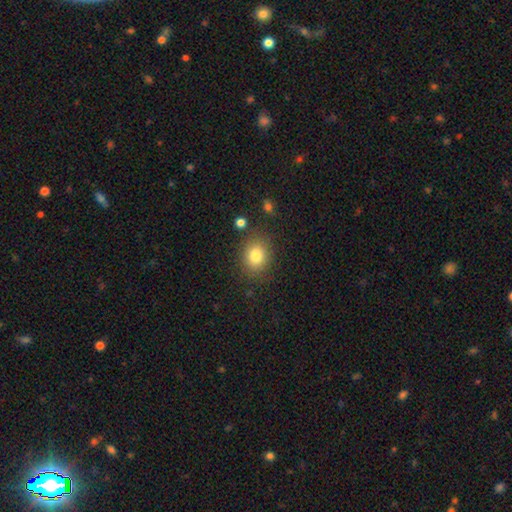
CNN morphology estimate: A smooth galaxy with no disk features (81%) that is round (56%).

Vote fractions:
- Smooth or featured? smooth: 81% / star or artifact: 11% / featured or disk: 8%
- How rounded? round: 56% / in between: 43% / cigar-shaped: 1%
- Merging? none: 82% / minor disturbance: 11% / major disturbance: 4% / merger: 3%